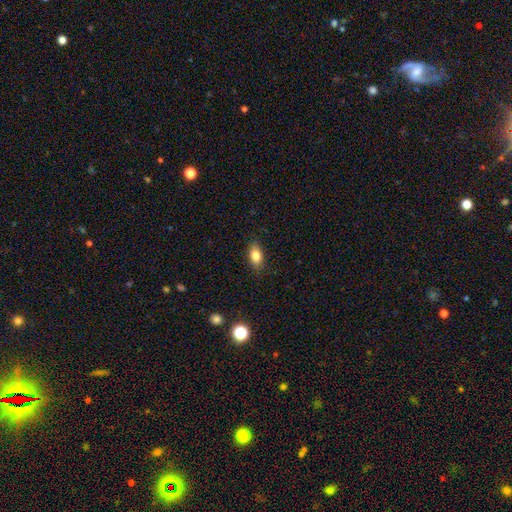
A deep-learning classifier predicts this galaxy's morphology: smooth 80%, featured or disk 11%, star or artifact 9%. Down the decision tree: how rounded — in between (85%); merging — none (86%).